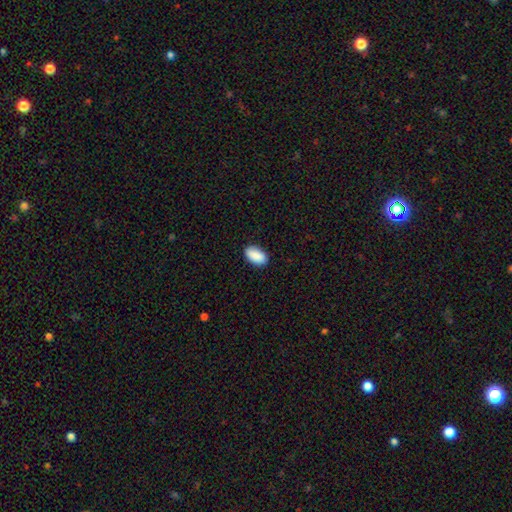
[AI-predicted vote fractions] Smooth or featured? Predicted: smooth (p=0.90). How rounded? Predicted: in between (p=0.94). Merging? Predicted: none (p=0.88).